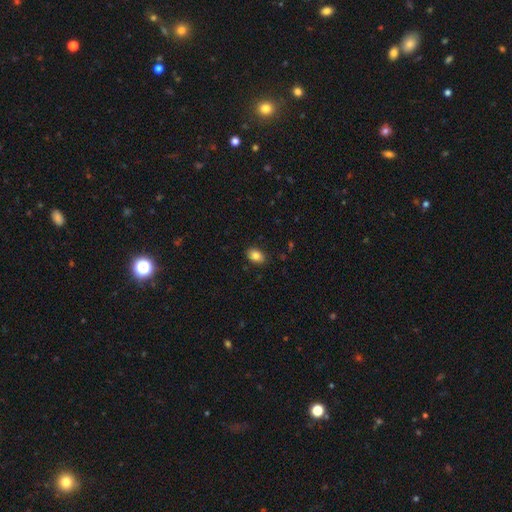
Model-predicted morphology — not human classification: smooth 84%, star or artifact 8%, featured or disk 8%. Down the decision tree: how rounded — in between (85%); merging — none (88%).